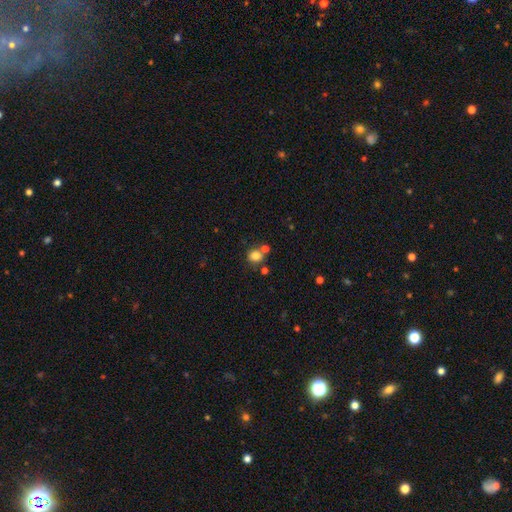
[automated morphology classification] The model was most divided on "merging": none: 57%, merger: 27%, minor disturbance: 11%, major disturbance: 4%. More confident: smooth or featured — smooth (81%); how rounded — round (74%).